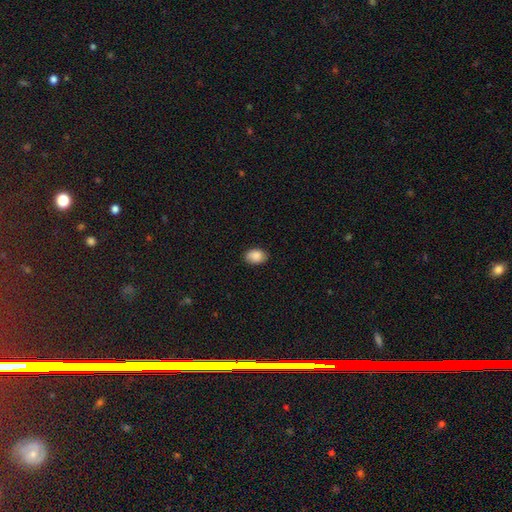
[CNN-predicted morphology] Q: Smooth or featured?
A: smooth (89%); runner-up: star or artifact (7%)
Q: How rounded?
A: in between (81%); runner-up: round (18%)
Q: Merging?
A: none (88%); runner-up: minor disturbance (9%)